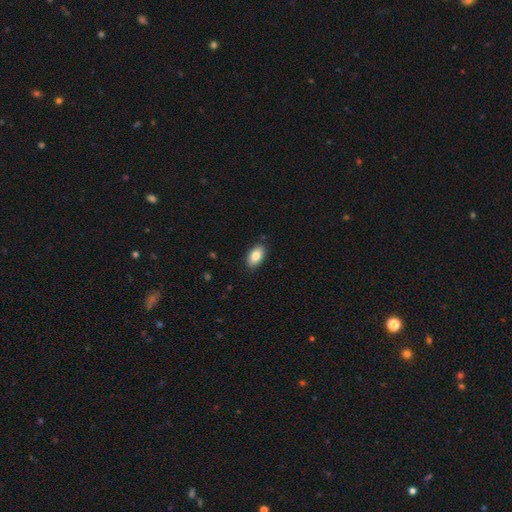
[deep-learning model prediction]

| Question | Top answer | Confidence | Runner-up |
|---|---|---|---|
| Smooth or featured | smooth | 84% | featured or disk (9%) |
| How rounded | in between | 92% | round (6%) |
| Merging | none | 87% | minor disturbance (10%) |